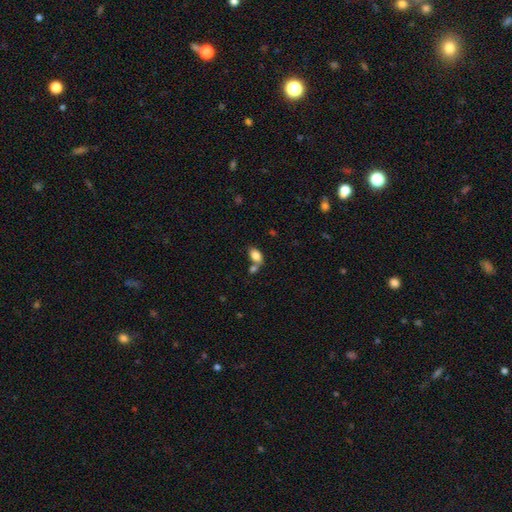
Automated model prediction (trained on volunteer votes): This is clearly a smooth galaxy (83%). How rounded: clearly in between (90%). Merging: possibly none (49%).